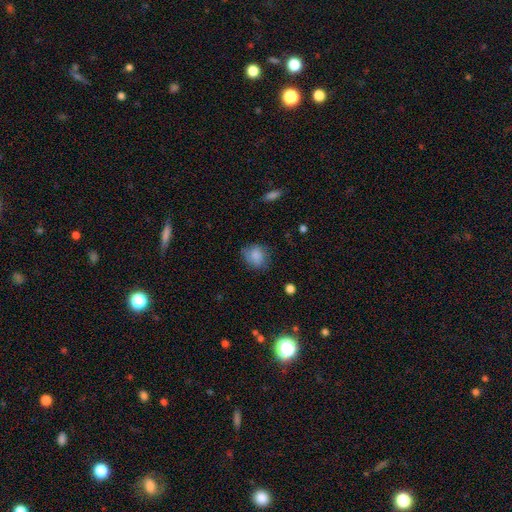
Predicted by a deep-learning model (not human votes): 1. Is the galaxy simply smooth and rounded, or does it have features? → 83% smooth, 9% featured or disk, 8% star or artifact.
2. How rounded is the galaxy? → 63% round, 36% in between, 1% cigar-shaped.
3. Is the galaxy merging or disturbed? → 69% none, 23% minor disturbance, 6% major disturbance, 1% merger.